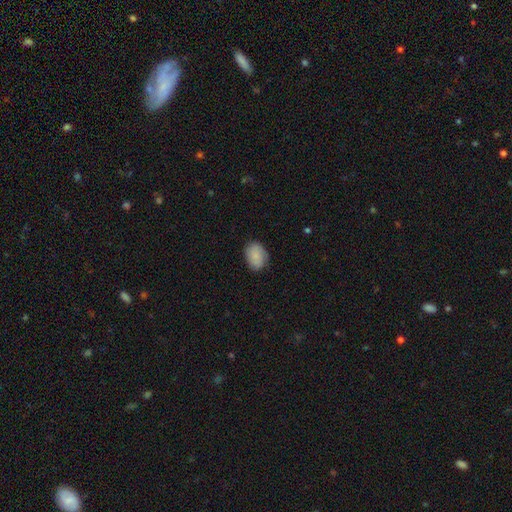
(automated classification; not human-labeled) Smooth or featured: smooth — 80% (featured or disk — 13%)
How rounded: in between — 73% (round — 26%)
Merging: none — 77% (minor disturbance — 19%)